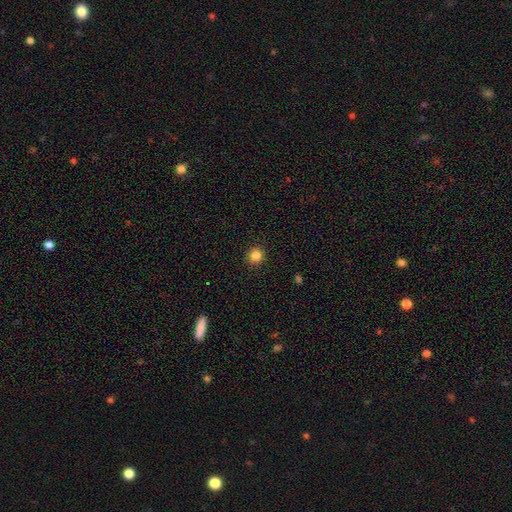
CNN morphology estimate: This appears to be a smooth galaxy with no disk features (84%) that is round (93%). Merging: none (92%).